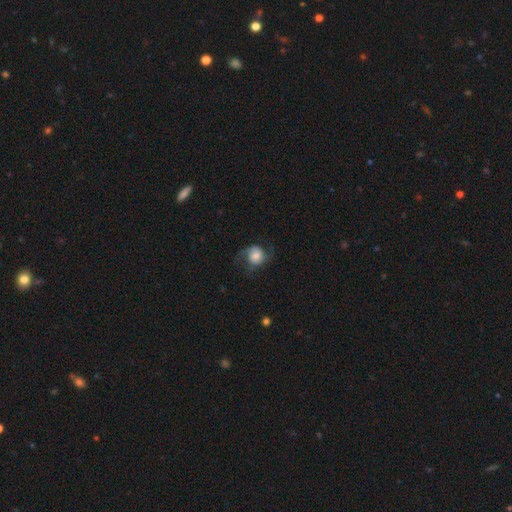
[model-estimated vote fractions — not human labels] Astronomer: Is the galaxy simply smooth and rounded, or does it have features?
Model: featured or disk — 60%.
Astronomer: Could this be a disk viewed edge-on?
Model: no — 97%.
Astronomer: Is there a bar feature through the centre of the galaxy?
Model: no — 70%.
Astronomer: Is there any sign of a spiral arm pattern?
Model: yes — 92%.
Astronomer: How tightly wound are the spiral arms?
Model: loose — 46% (runner-up: medium, 41%).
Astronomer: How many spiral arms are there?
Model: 2 — 79%.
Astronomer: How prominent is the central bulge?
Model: moderate — 33% (runner-up: large, 31%).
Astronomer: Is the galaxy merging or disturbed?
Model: none — 60%.